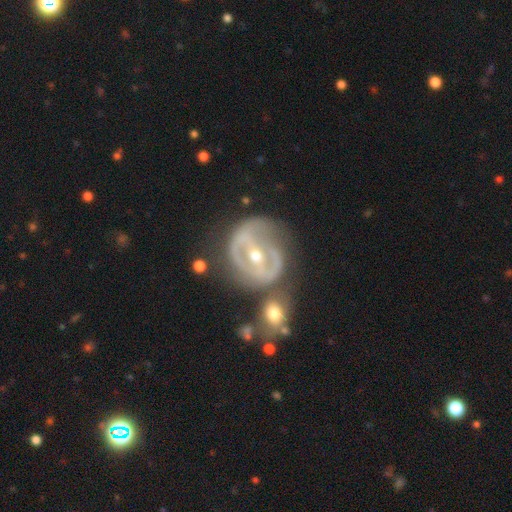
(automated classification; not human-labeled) Overall: featured or disk (81%). Edge-on disk: no (95%). Bar: strong (57%; weak 28%). Spiral arms: yes (58%; no 42%). Bulge size: moderate (56%; small 41%). Merging: none (53%; minor disturbance 19%).